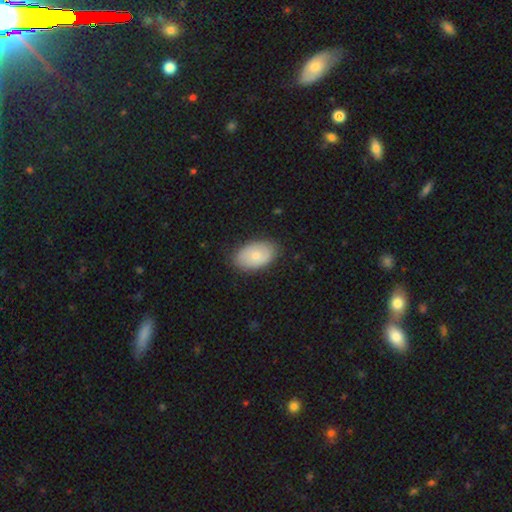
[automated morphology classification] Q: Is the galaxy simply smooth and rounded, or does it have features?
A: smooth — 73%.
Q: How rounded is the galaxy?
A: in between — 92%.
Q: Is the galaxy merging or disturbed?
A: none — 83%.